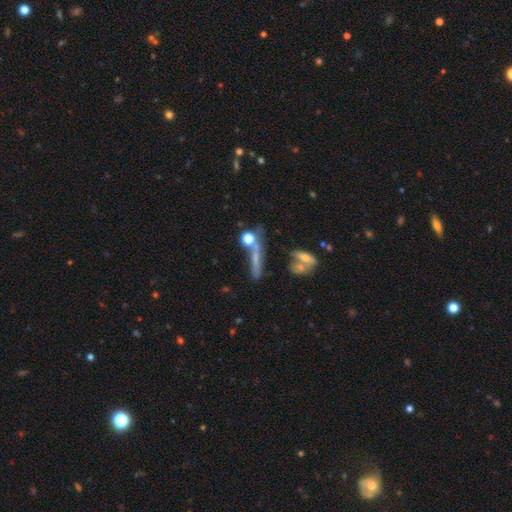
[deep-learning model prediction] smooth_or_featured: smooth (p=0.46) [alt: featured or disk p=0.33]
merging: none (p=0.55) [alt: merger p=0.20]